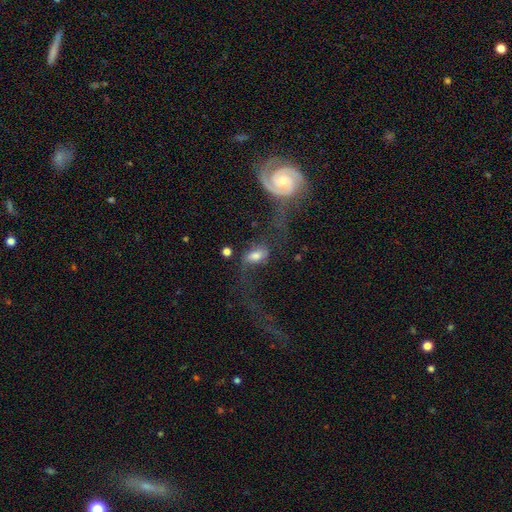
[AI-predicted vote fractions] This is possibly a smooth galaxy (51%). How rounded: clearly in between (85%). Merging: marginally major disturbance (36%).